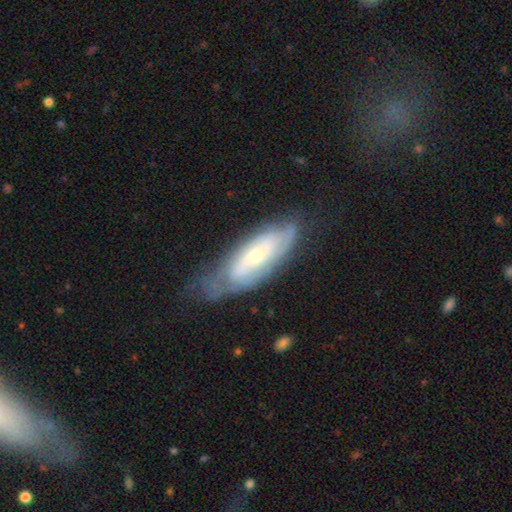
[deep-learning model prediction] This appears to be a featured or disk galaxy (69%) with no bar (62%), spiral arms (79%) and a small central bulge (60%). Merging: none (58%).